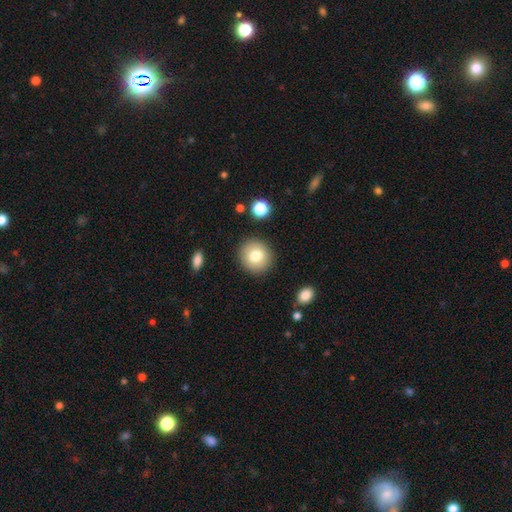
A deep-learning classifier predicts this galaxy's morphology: A smooth galaxy with no disk features (78%) that is round (89%).

Vote fractions:
- Smooth or featured? smooth: 78% / featured or disk: 13% / star or artifact: 9%
- How rounded? round: 89% / in between: 10% / cigar-shaped: 1%
- Merging? none: 89% / minor disturbance: 7% / major disturbance: 2% / merger: 2%